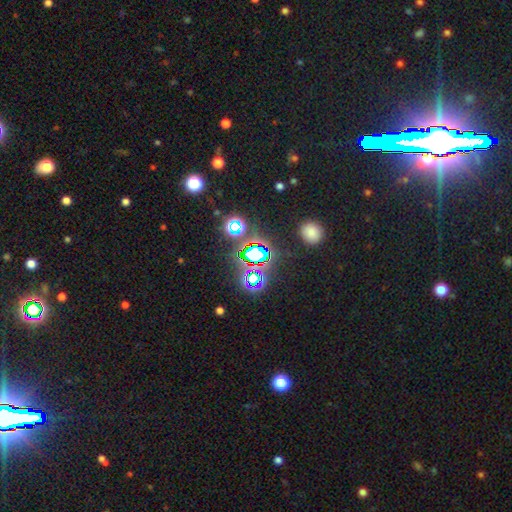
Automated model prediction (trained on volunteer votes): Smooth or featured? Predicted: star or artifact (p=0.77).